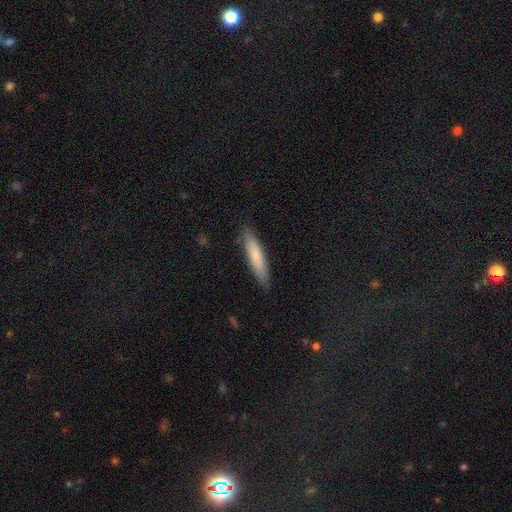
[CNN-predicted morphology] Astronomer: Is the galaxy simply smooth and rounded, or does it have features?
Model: smooth — 79%.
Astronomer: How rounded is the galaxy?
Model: cigar-shaped — 84%.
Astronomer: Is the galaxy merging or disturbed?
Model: none — 86%.